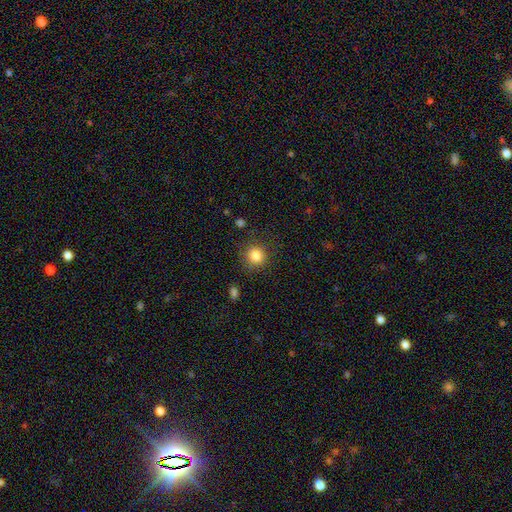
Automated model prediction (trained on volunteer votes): smooth_or_featured: smooth (p=0.84) [alt: star or artifact p=0.11]
how_rounded: round (p=0.92) [alt: in between p=0.07]
merging: none (p=0.84) [alt: minor disturbance p=0.10]